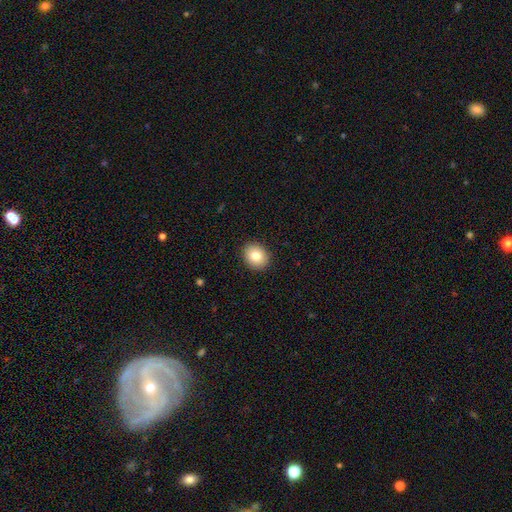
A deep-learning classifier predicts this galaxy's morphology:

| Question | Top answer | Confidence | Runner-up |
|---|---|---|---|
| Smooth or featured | smooth | 81% | featured or disk (10%) |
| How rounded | round | 67% | in between (32%) |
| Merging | none | 91% | minor disturbance (6%) |